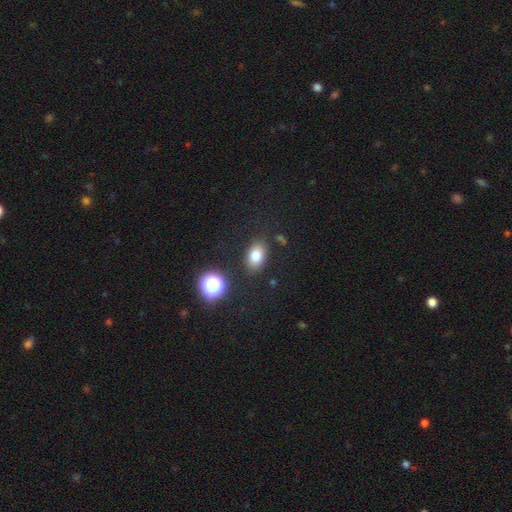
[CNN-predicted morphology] This appears to be a smooth galaxy with no disk features (78%) that is in between round and cigar-shaped (82%). Merging: none (84%).